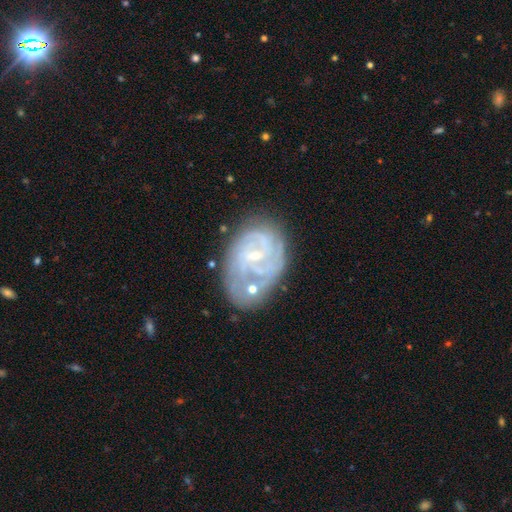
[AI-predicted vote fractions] Smooth or featured?
  - featured or disk: 82% *
  - smooth: 11%
  - star or artifact: 7%
Edge-on disk?
  - no: 98% *
  - yes: 2%
Bar?
  - weak: 47% *
  - no: 42%
  - strong: 11%
Spiral arms?
  - yes: 91% *
  - no: 9%
Spiral winding?
  - tight: 58% *
  - medium: 32%
  - loose: 10%
Spiral arm count?
  - can't tell: 33% *
  - 2: 24%
  - 3: 22%
  - 4: 10%
  - 1: 6%
  - more than 4: 5%
Bulge size?
  - small: 76% *
  - moderate: 15%
  - none: 7%
  - large: 1%
  - dominant: 1%
Merging?
  - none: 55% *
  - minor disturbance: 21%
  - major disturbance: 12%
  - merger: 12%